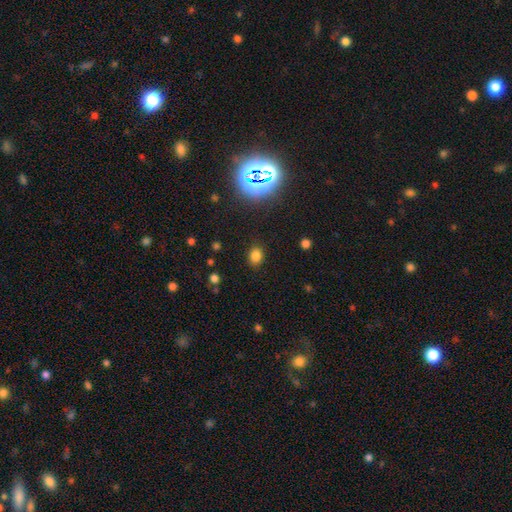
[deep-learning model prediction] Overall: smooth (78%). How rounded: in between (50%; round 49%). Merging: none (87%).